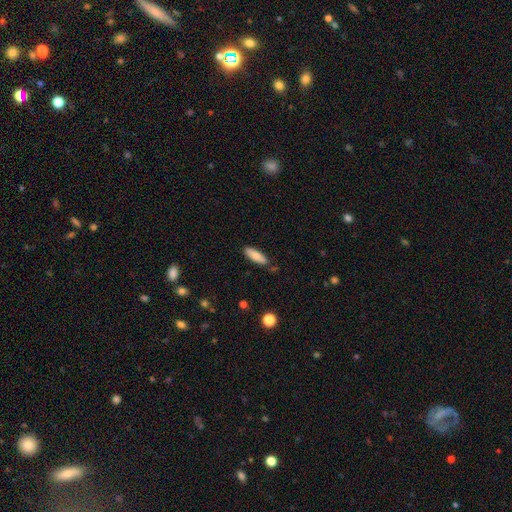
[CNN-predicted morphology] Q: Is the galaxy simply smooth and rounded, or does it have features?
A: smooth — 78%.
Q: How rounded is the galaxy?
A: in between — 54%.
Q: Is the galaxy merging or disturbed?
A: none — 79%.